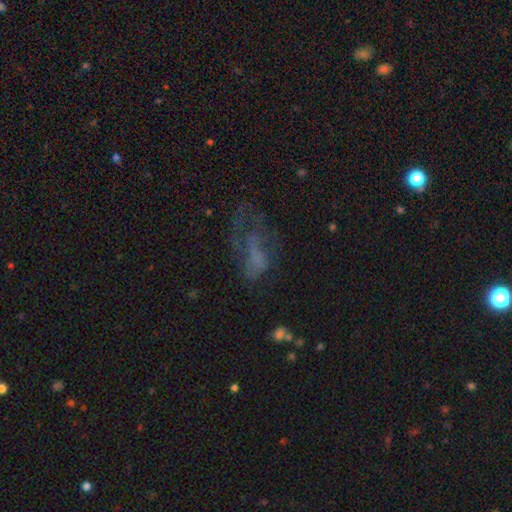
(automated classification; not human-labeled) This appears to be a featured or disk galaxy (43%). Merging: major disturbance (48%).